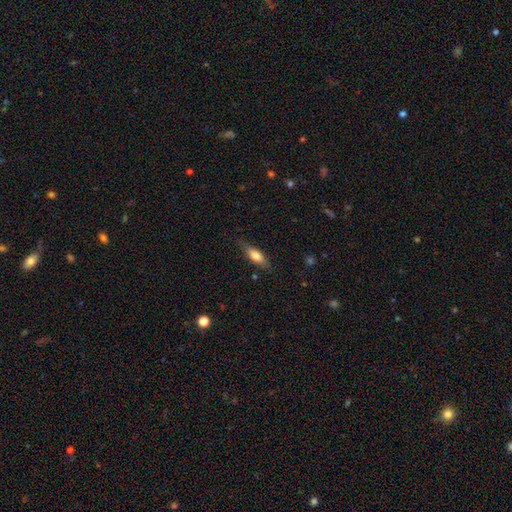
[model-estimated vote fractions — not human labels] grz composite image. It shows a smooth galaxy with no disk features (69%) that is in between round and cigar-shaped (58%). Merging: none (76%).